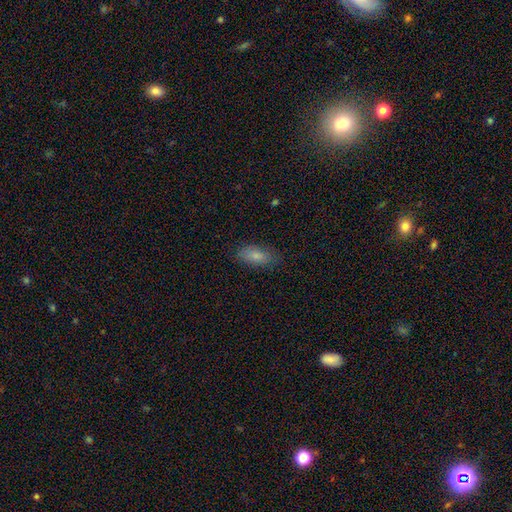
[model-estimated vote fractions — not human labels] This is clearly a smooth galaxy (82%). How rounded: clearly in between (85%). Merging: likely none (80%).